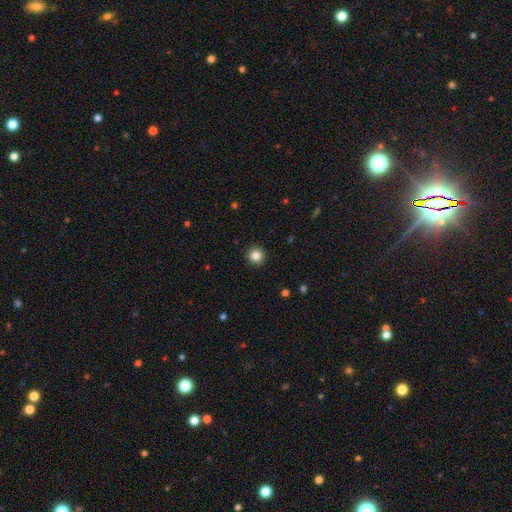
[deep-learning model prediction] This appears to be a smooth galaxy with no disk features (84%) that is round (95%). Merging: none (93%).